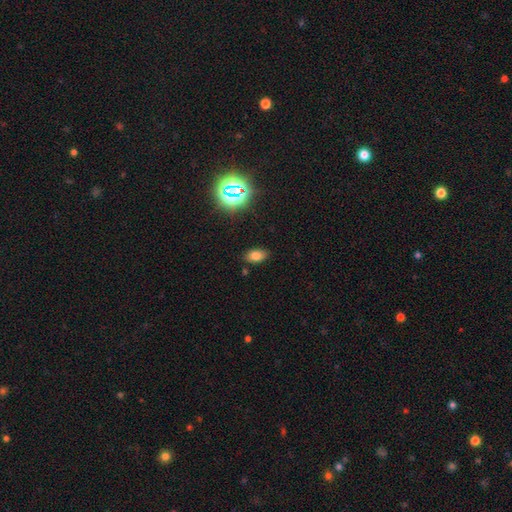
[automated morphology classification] Q: Smooth or featured?
A: smooth (74%); runner-up: star or artifact (18%)
Q: How rounded?
A: in between (89%); runner-up: round (9%)
Q: Merging?
A: none (84%); runner-up: minor disturbance (11%)